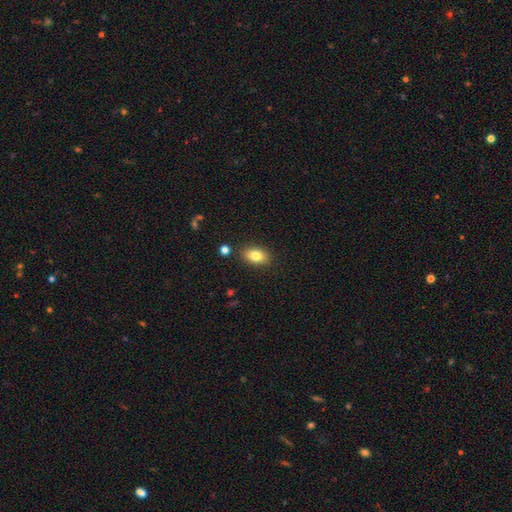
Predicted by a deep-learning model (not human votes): A smooth galaxy with no disk features (82%) that is in between round and cigar-shaped (85%).

Vote fractions:
- Smooth or featured? smooth: 82% / featured or disk: 10% / star or artifact: 9%
- How rounded? in between: 85% / round: 14% / cigar-shaped: 2%
- Merging? none: 86% / minor disturbance: 9% / merger: 2% / major disturbance: 2%